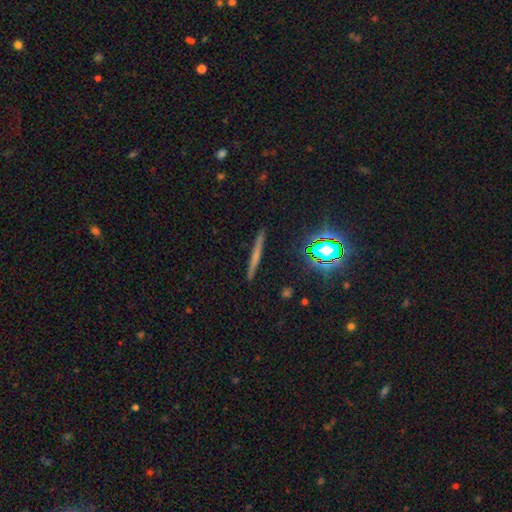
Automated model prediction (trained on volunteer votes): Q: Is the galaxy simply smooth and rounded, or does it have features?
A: smooth — 45%.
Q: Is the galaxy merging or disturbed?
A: none — 91%.